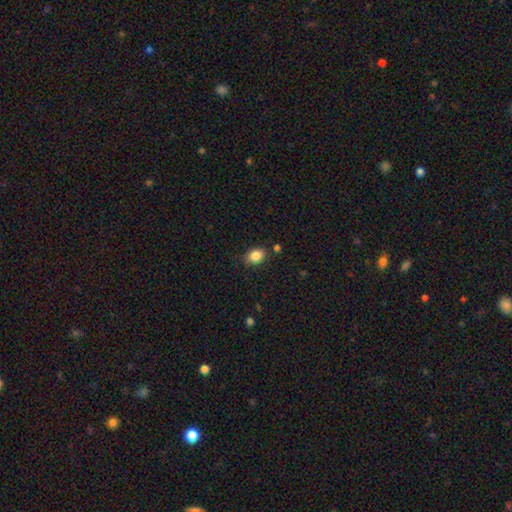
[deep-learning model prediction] Smooth or featured?
  - smooth: 86% *
  - star or artifact: 9%
  - featured or disk: 5%
How rounded?
  - in between: 65% *
  - round: 34%
  - cigar-shaped: 1%
Merging?
  - none: 80% *
  - minor disturbance: 13%
  - merger: 4%
  - major disturbance: 3%